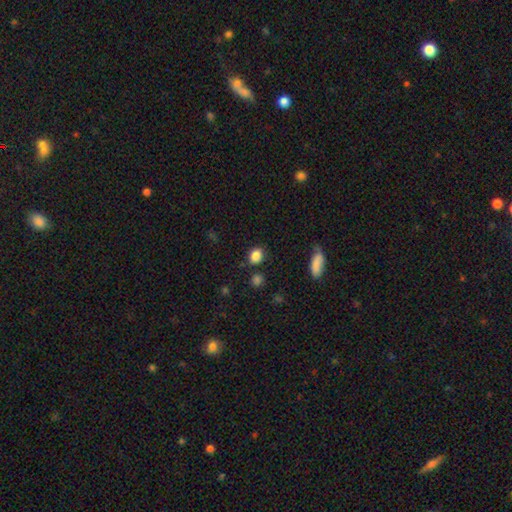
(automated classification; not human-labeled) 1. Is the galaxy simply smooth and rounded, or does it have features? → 86% smooth, 10% star or artifact, 4% featured or disk.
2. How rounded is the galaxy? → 50% round, 48% in between, 2% cigar-shaped.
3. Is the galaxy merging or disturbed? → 80% none, 12% minor disturbance, 4% merger, 3% major disturbance.